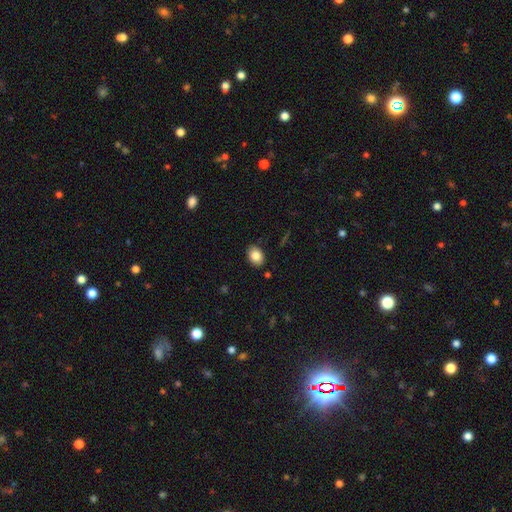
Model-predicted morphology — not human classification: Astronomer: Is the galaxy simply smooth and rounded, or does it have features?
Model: smooth — 84%.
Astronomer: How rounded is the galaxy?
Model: in between — 75%.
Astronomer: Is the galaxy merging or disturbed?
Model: none — 88%.